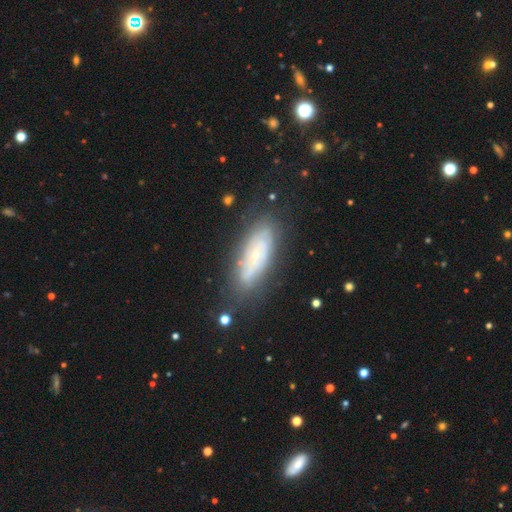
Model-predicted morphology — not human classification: A featured or disk galaxy (57%).

Vote fractions:
- Smooth or featured? featured or disk: 57% / smooth: 34% / star or artifact: 9%
- Edge-on disk? no: 78% / yes: 22%
- Merging? none: 73% / minor disturbance: 18% / major disturbance: 6% / merger: 3%